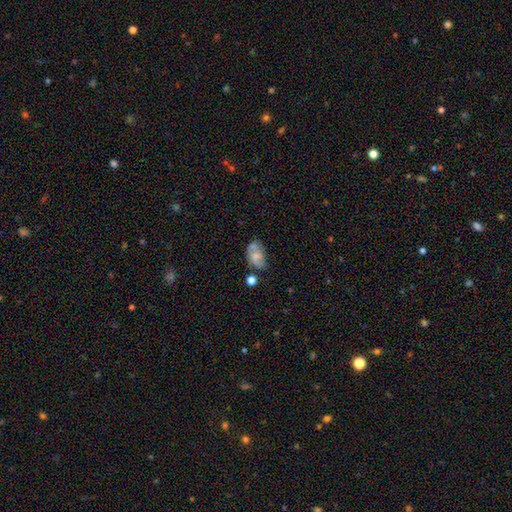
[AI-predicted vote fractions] Morphology: type=smooth (52%); roundness=in between (84%); merging=none (36%).